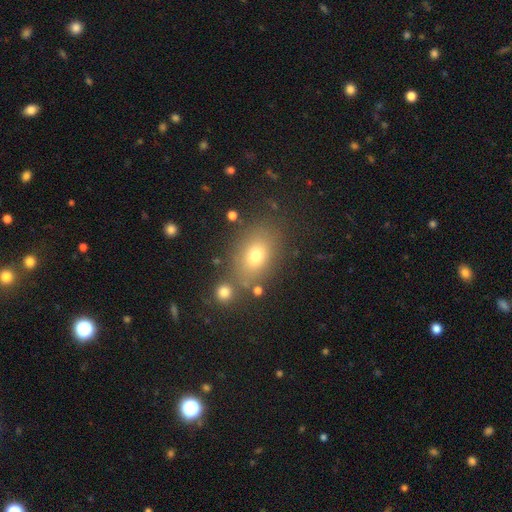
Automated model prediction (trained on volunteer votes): Smooth or featured? smooth (71%)
How rounded? in between (75%)
Merging? none (76%)